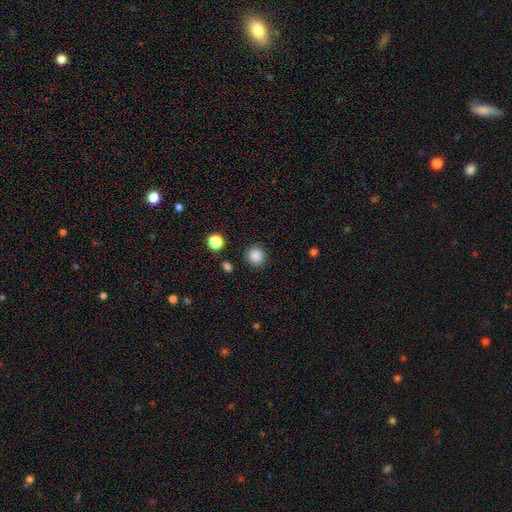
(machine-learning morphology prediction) Smooth or featured? Predicted: smooth (p=0.86). How rounded? Predicted: round (p=0.90). Merging? Predicted: none (p=0.88).